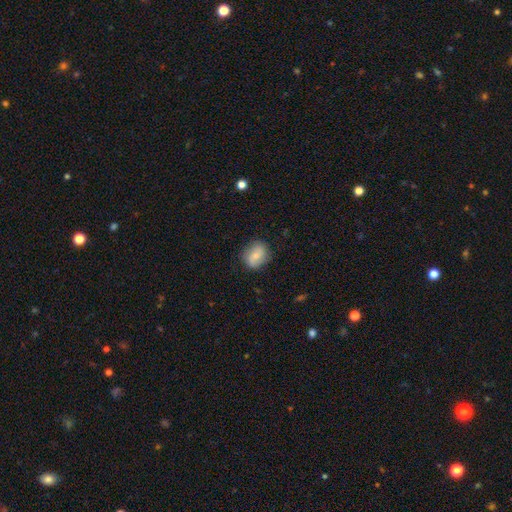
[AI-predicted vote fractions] smooth-or-featured: smooth: 66% | featured or disk: 26% | star or artifact: 8%
  how-rounded: in between: 49% (tied) | round: 49% (tied) | cigar-shaped: 2%
  merging: none: 78% | minor disturbance: 16% | major disturbance: 4% | merger: 1%